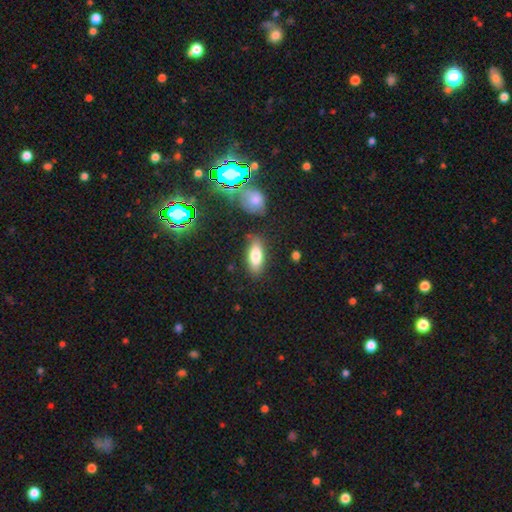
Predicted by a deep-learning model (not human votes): The model was most divided on "how rounded": in between: 78%, cigar-shaped: 19%, round: 3%. More confident: merging — none (80%); smooth or featured — smooth (79%).